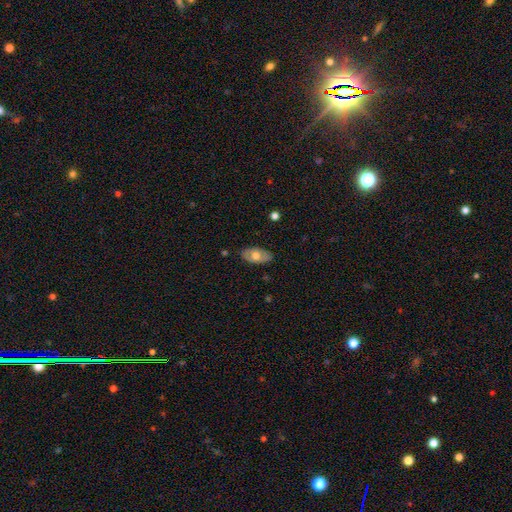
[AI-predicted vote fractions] smooth 56%, featured or disk 38%, star or artifact 6%. Down the decision tree: how rounded — in between (92%); merging — none (82%).